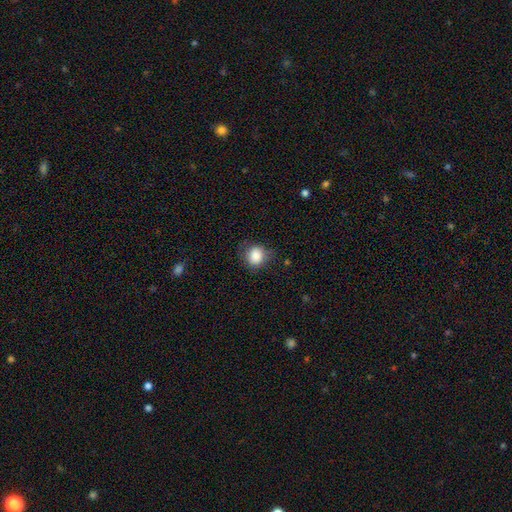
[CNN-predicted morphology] smooth_or_featured: smooth (p=0.86) [alt: star or artifact p=0.09]
how_rounded: round (p=0.74) [alt: in between p=0.25]
merging: none (p=0.70) [alt: minor disturbance p=0.22]